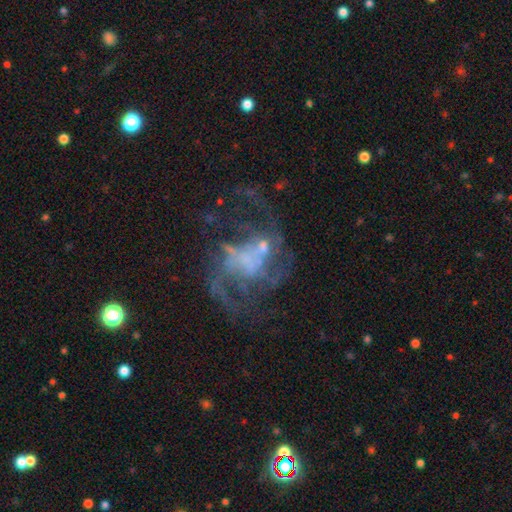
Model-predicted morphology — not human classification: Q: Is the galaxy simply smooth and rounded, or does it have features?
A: featured or disk — 79%.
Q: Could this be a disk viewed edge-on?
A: no — 98%.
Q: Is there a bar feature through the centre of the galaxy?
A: no — 62%.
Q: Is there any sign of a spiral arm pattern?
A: yes — 78%.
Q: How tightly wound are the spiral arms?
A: loose — 47%.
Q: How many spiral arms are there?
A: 2 — 37%.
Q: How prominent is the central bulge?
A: none — 48%.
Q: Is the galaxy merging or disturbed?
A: none — 44%.